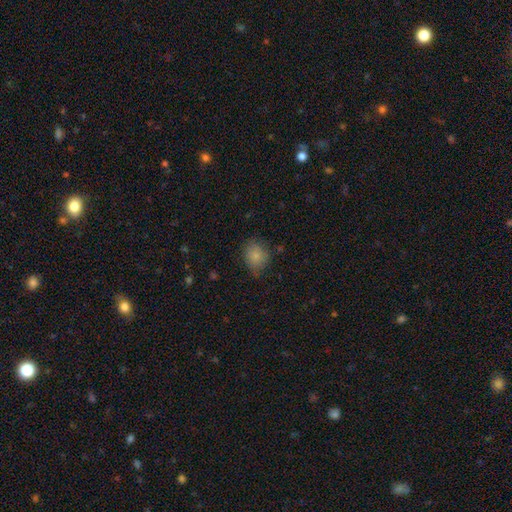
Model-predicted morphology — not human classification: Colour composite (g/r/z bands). It shows a smooth galaxy with no disk features (82%) that is round (67%). Merging: none (72%).